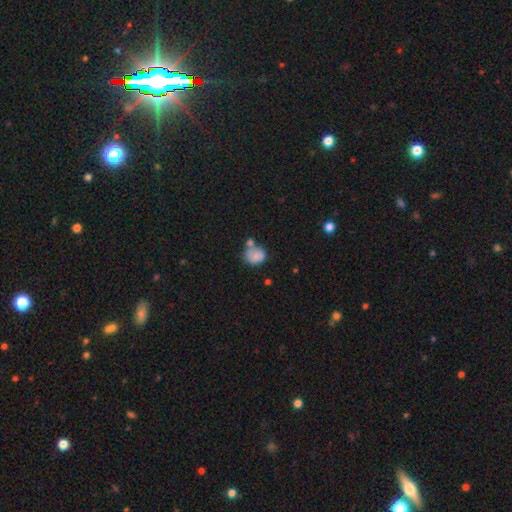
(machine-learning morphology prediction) Q: Smooth or featured?
A: smooth (74%); runner-up: featured or disk (17%)
Q: How rounded?
A: round (61%); runner-up: in between (38%)
Q: Merging?
A: none (39%); runner-up: merger (29%)